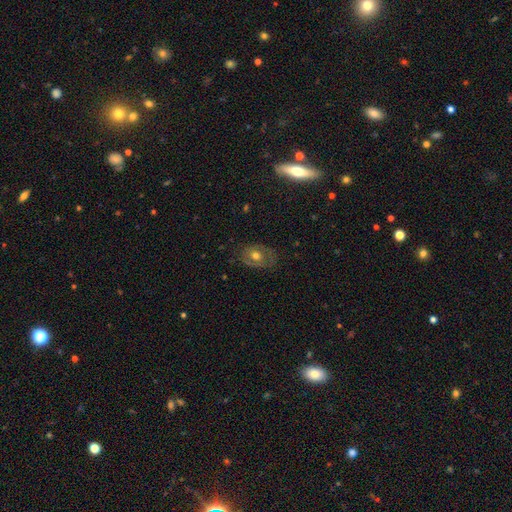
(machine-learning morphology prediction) Smooth or featured?
  - featured or disk: 50% *
  - smooth: 41%
  - star or artifact: 9%
Merging?
  - none: 71% *
  - minor disturbance: 19%
  - major disturbance: 9%
  - merger: 1%